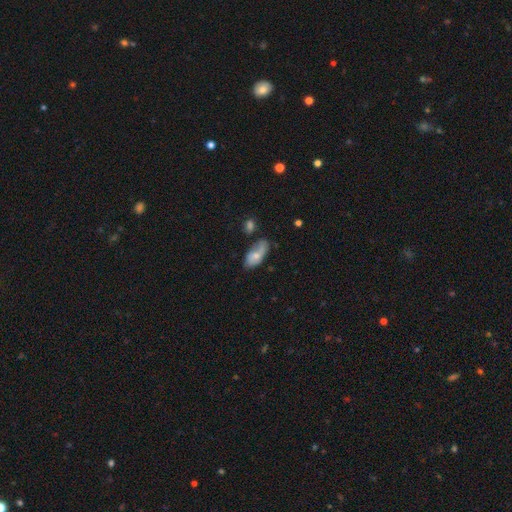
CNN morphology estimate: This appears to be a smooth galaxy with no disk features (61%) that is in between round and cigar-shaped (91%). Merging: none (45%).